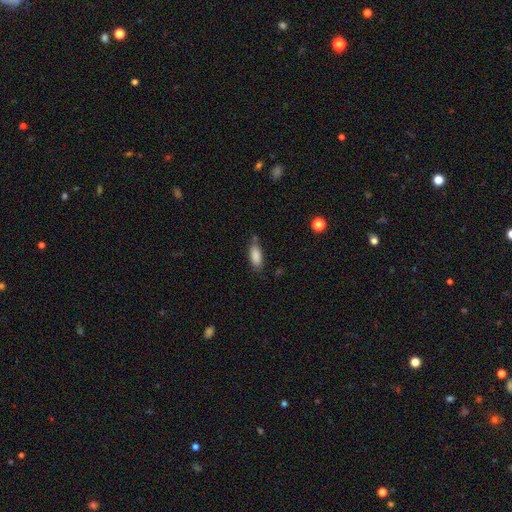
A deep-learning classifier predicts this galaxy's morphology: This appears to be a smooth galaxy with no disk features (86%) that is in between round and cigar-shaped (78%). Merging: none (67%).